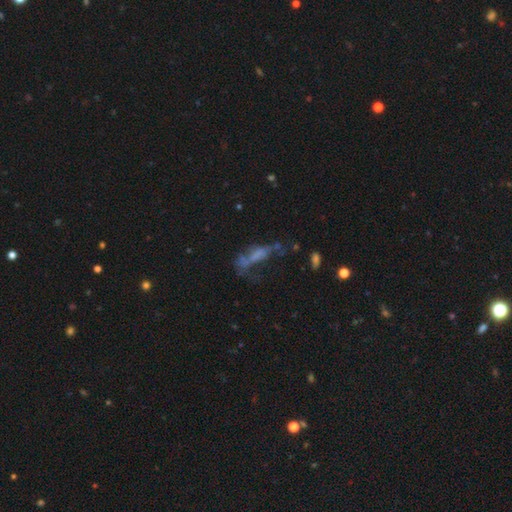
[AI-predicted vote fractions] This is marginally a featured or disk galaxy (42%). Merging: marginally major disturbance (39%).